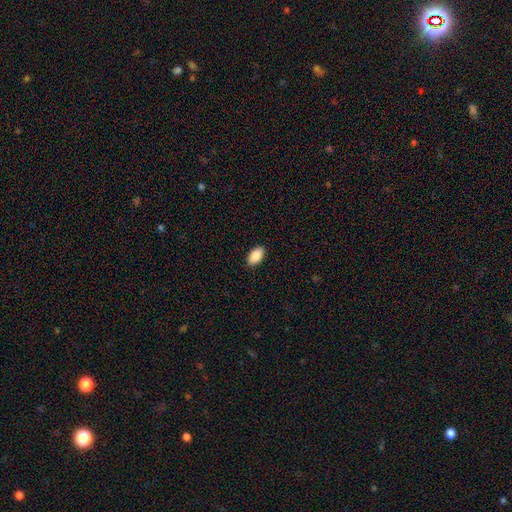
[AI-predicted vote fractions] Smooth or featured?
  - smooth: 89% *
  - star or artifact: 7%
  - featured or disk: 4%
How rounded?
  - in between: 94% *
  - round: 3%
  - cigar-shaped: 2%
Merging?
  - none: 90% *
  - minor disturbance: 7%
  - major disturbance: 2%
  - merger: 1%